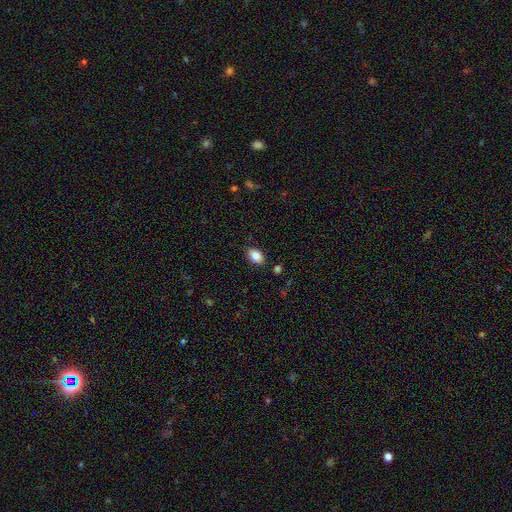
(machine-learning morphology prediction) smooth_or_featured: smooth (p=0.84) [alt: star or artifact p=0.08]
how_rounded: in between (p=0.86) [alt: round p=0.13]
merging: none (p=0.85) [alt: minor disturbance p=0.11]